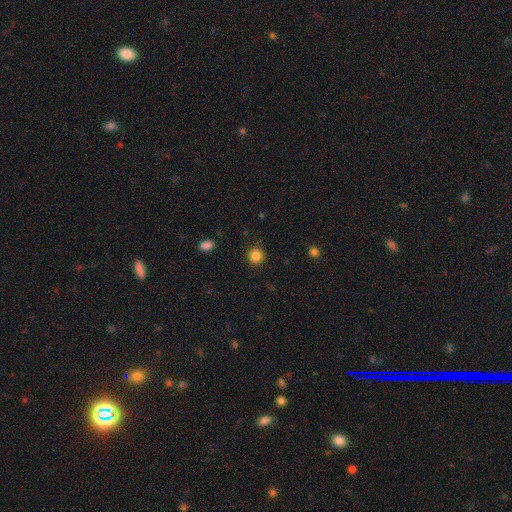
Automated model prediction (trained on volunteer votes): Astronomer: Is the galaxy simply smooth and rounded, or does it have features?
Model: smooth — 85%.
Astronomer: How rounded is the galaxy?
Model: round — 92%.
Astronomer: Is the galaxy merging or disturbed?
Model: none — 87%.